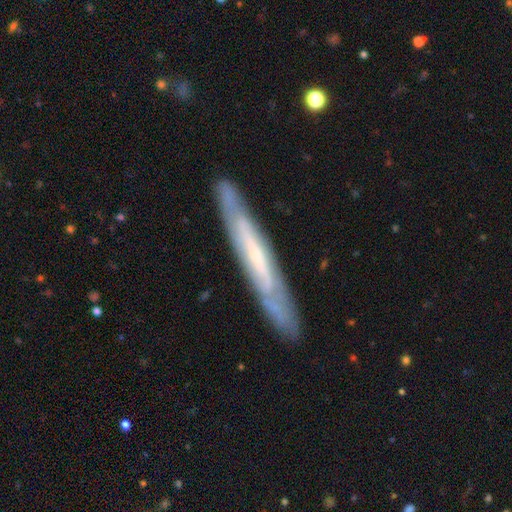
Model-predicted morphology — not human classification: A featured or disk galaxy (68%) viewed edge-on (73%) with no central bulge (75%).

Vote fractions:
- Smooth or featured? featured or disk: 68% / smooth: 25% / star or artifact: 6%
- Edge-on disk? yes: 73% / no: 27%
- Edge-on bulge? none: 75% / rounded: 16% / boxy: 9%
- Merging? none: 84% / minor disturbance: 12% / major disturbance: 3% / merger: 2%